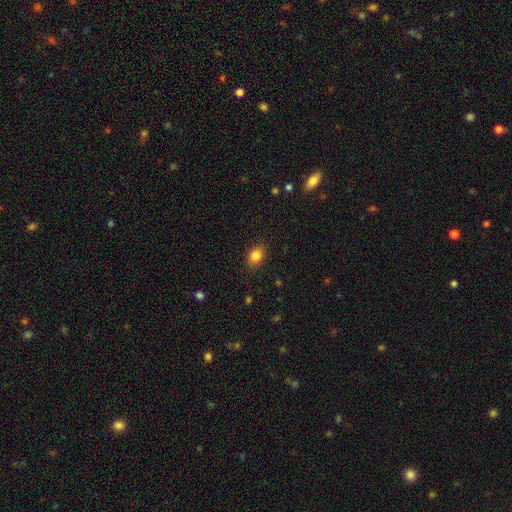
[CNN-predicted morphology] This is clearly a smooth galaxy (83%). How rounded: likely in between (64%). Merging: clearly none (86%).